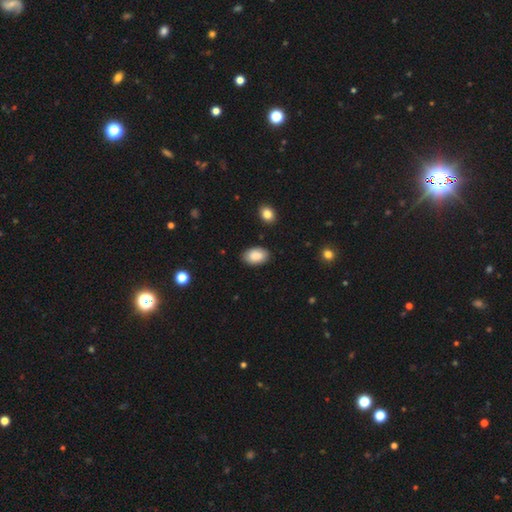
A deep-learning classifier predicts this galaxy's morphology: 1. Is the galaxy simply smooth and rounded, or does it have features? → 88% smooth, 7% star or artifact, 5% featured or disk.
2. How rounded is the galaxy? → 92% in between, 6% round, 1% cigar-shaped.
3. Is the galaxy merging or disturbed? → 86% none, 10% minor disturbance, 2% major disturbance, 2% merger.